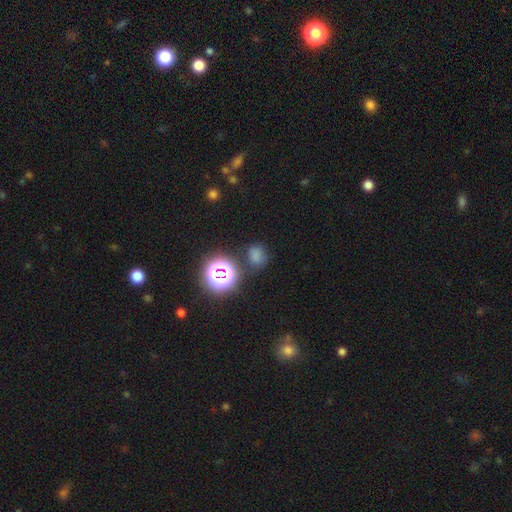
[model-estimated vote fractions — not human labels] Smooth or featured? smooth (64%)
How rounded? round (64%)
Merging? none (65%)